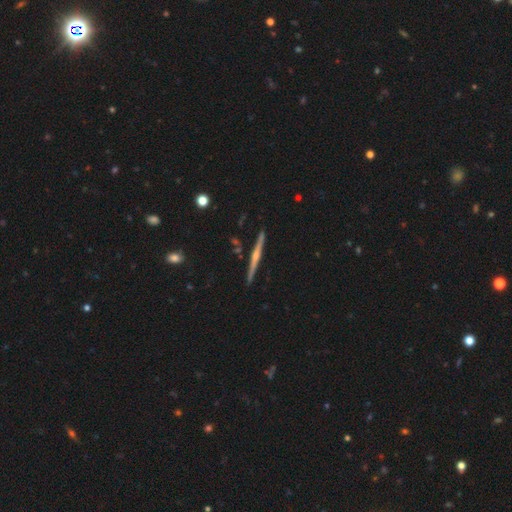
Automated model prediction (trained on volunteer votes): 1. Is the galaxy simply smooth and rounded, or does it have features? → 80% featured or disk, 15% smooth, 5% star or artifact.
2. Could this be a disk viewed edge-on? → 99% yes, 1% no.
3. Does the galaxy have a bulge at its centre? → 79% rounded, 14% none, 7% boxy.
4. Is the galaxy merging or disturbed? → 91% none, 6% minor disturbance, 2% merger, 1% major disturbance.